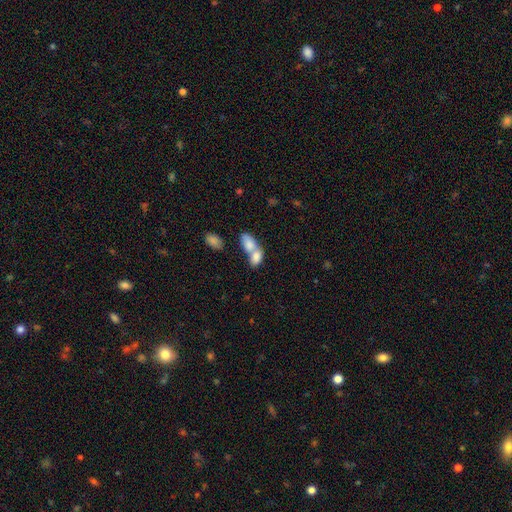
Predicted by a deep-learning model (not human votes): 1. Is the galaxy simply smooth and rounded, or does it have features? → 81% smooth, 12% featured or disk, 7% star or artifact.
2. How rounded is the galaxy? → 88% in between, 9% round, 3% cigar-shaped.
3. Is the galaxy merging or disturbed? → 72% merger, 19% none, 6% minor disturbance, 3% major disturbance.